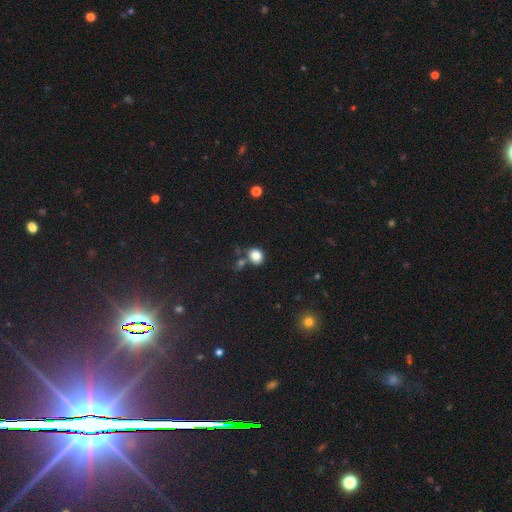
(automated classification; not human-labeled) Smooth or featured: smooth — 82% (star or artifact — 11%)
How rounded: round — 70% (in between — 29%)
Merging: none — 64% (merger — 17%)